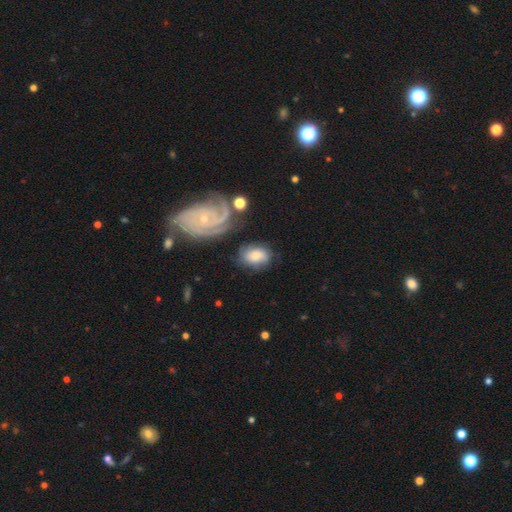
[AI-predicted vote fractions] Smooth or featured? smooth (55%)
How rounded? in between (75%)
Merging? none (60%)